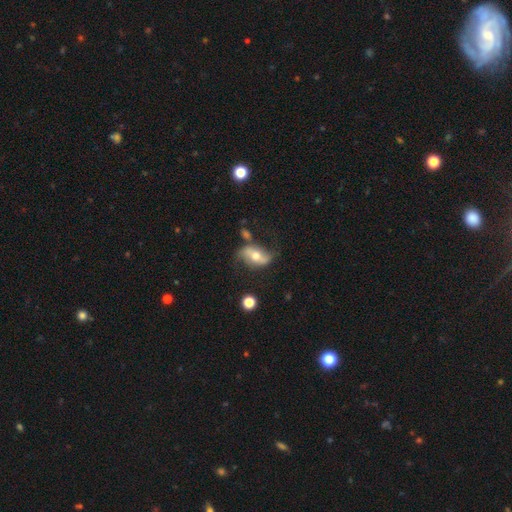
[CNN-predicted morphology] Overall: featured or disk (63%; smooth 29%). Edge-on disk: no (89%). Bar: no (44%; weak 29%). Spiral arms: yes (80%). Bulge size: moderate (68%). Merging: none (60%; minor disturbance 23%).